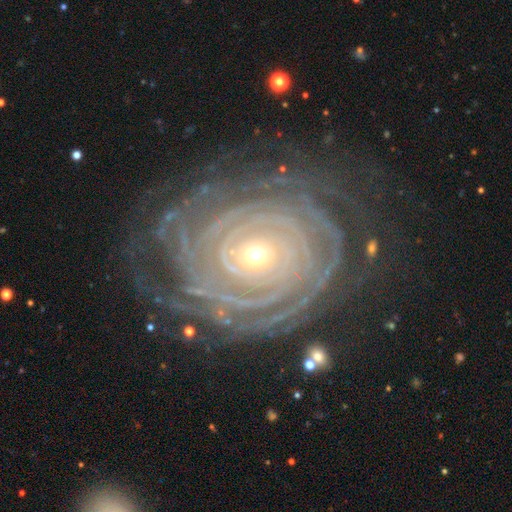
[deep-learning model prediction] The model was most divided on "spiral arm count": can't tell: 27%, more than 4: 26%, 4: 15%, 2: 13%, 3: 11%, 1: 7%. More confident: spiral arms — yes (97%); edge-on disk — no (97%); spiral winding — tight (90%); smooth or featured — featured or disk (89%); merging — none (76%); bar — no (67%); bulge size — small (63%).